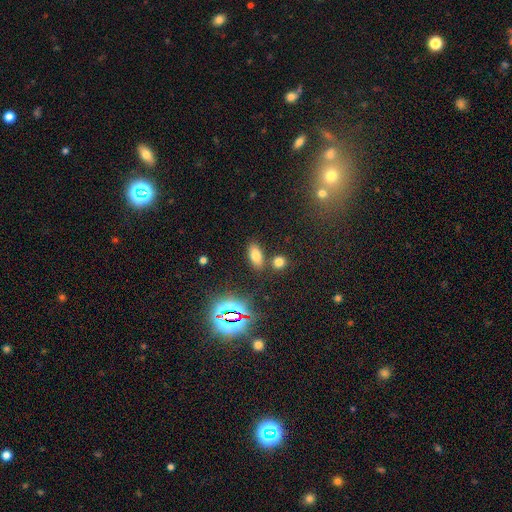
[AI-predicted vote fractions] Morphology: type=smooth (70%); roundness=in between (82%); merging=none (79%).